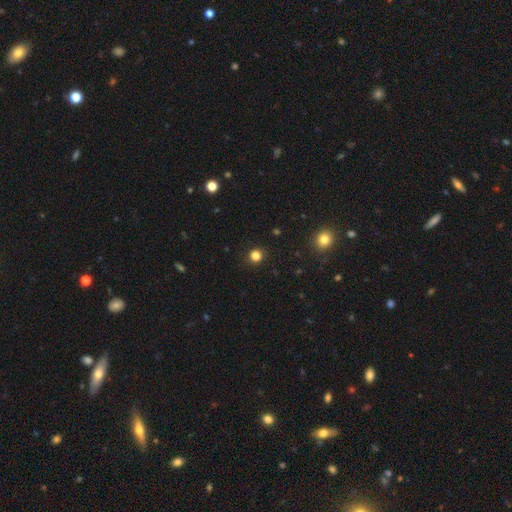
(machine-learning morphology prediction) Overall: smooth (83%). How rounded: round (92%). Merging: none (91%).